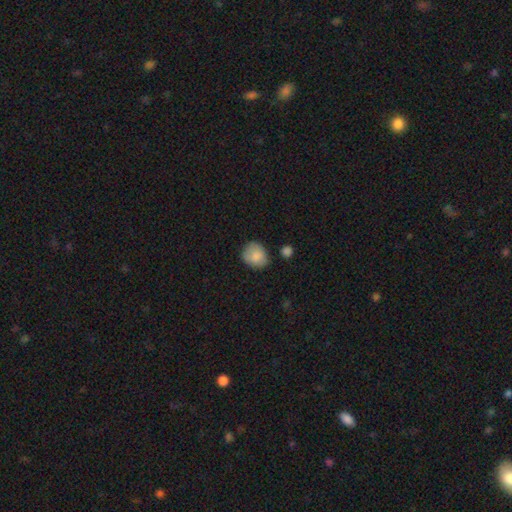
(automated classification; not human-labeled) Smooth or featured? smooth (84%)
How rounded? round (68%)
Merging? none (69%)